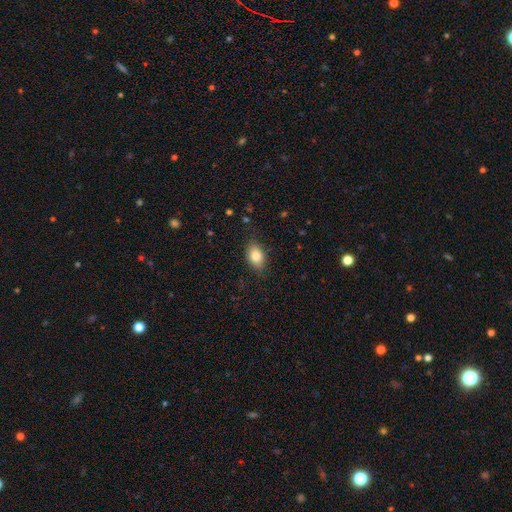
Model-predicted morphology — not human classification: This is clearly a smooth galaxy (84%). How rounded: clearly in between (84%). Merging: clearly none (81%).